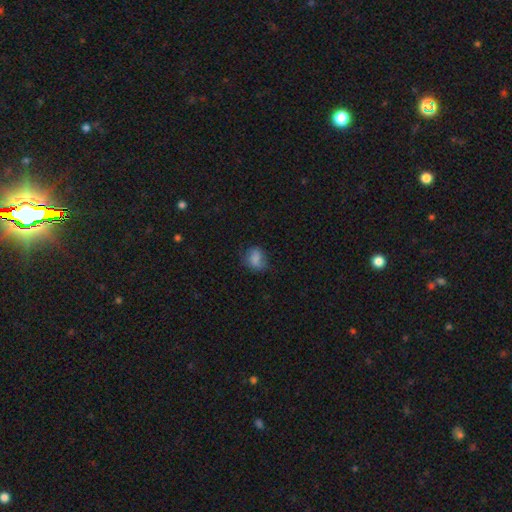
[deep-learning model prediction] This appears to be a smooth galaxy with no disk features (79%) that is in between round and cigar-shaped (59%). Merging: none (59%).